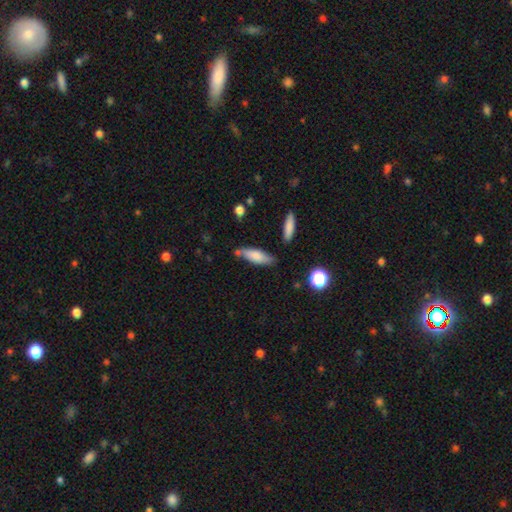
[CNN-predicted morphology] smooth-or-featured: smooth: 75% | featured or disk: 18% | star or artifact: 7%
  how-rounded: in between: 49% (tied) | cigar-shaped: 49% (tied) | round: 2%
  merging: none: 69% | minor disturbance: 19% | merger: 8% | major disturbance: 4%